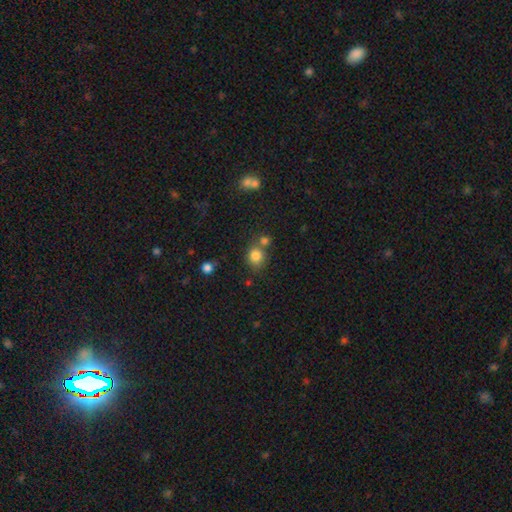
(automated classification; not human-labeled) This appears to be a smooth galaxy with no disk features (81%) that is round (76%). Merging: none (61%).